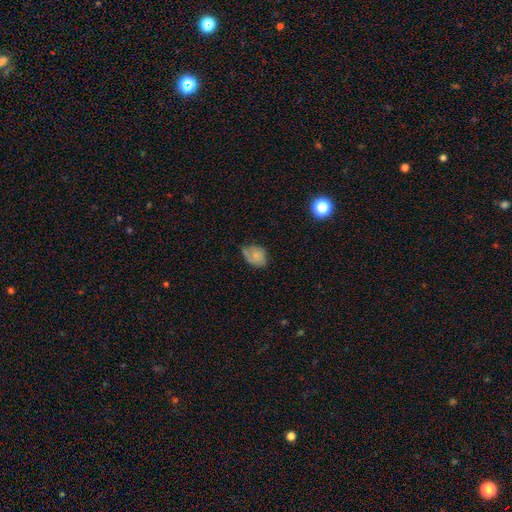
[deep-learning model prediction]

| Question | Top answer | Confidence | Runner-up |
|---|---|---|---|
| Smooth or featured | smooth | 71% | featured or disk (20%) |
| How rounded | in between | 64% | round (35%) |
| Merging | none | 44% | minor disturbance (39%) |